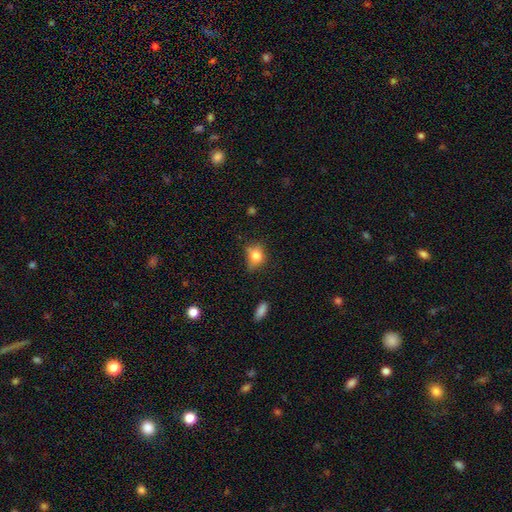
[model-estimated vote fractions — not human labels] Smooth or featured? smooth (76%)
How rounded? round (55%)
Merging? none (50%)